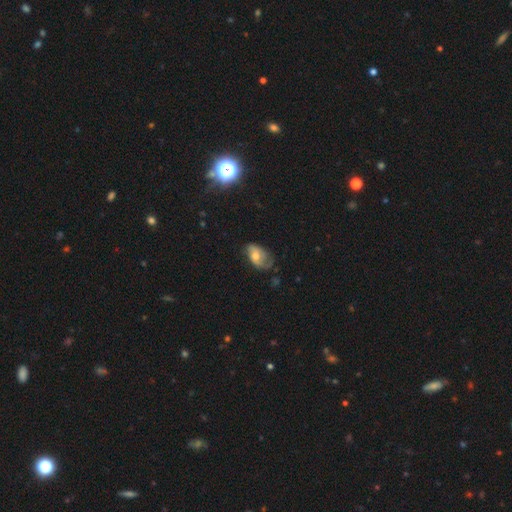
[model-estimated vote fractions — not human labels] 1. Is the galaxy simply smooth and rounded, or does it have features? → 46% smooth, 45% featured or disk, 9% star or artifact.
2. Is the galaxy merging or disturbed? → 49% none, 34% minor disturbance, 15% major disturbance, 2% merger.